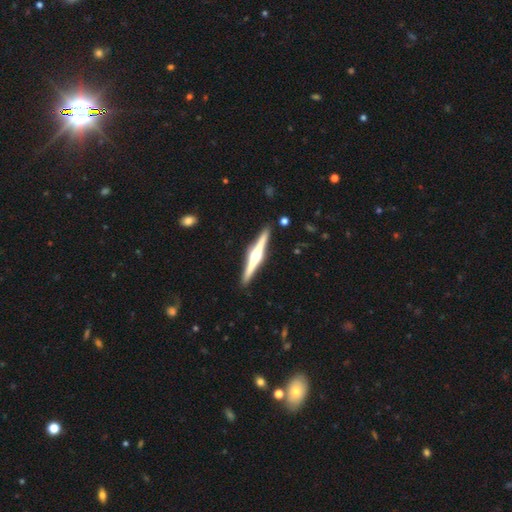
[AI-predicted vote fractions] featured or disk 82%, smooth 14%, star or artifact 4%. Down the decision tree: edge-on disk — yes (99%); edge-on bulge — rounded (93%); merging — none (92%).